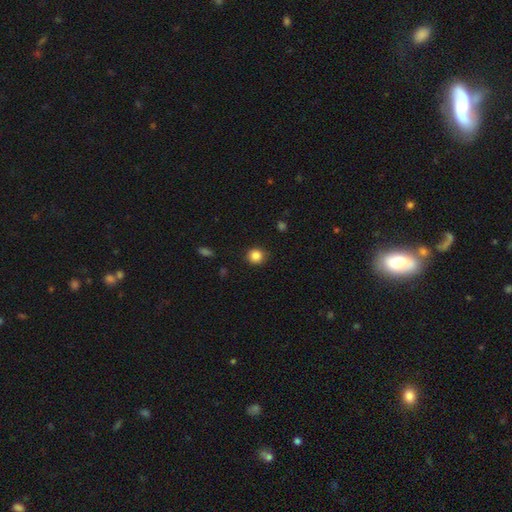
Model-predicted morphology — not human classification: Smooth or featured? Predicted: smooth (p=0.85). How rounded? Predicted: round (p=0.90). Merging? Predicted: none (p=0.88).